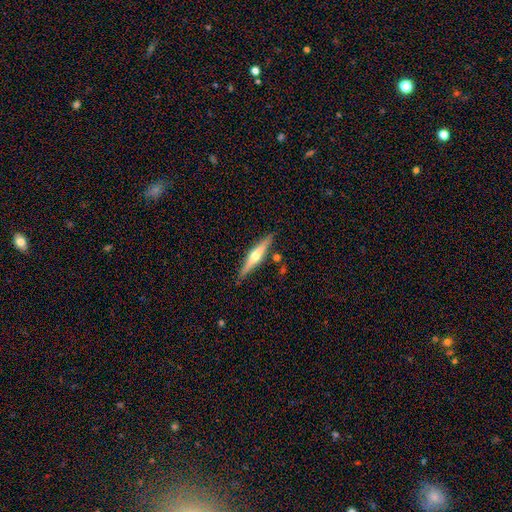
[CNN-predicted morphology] Q: Smooth or featured?
A: featured or disk (65%); runner-up: smooth (29%)
Q: Edge-on disk?
A: yes (96%); runner-up: no (4%)
Q: Edge-on bulge?
A: rounded (90%); runner-up: none (5%)
Q: Merging?
A: none (85%); runner-up: minor disturbance (10%)